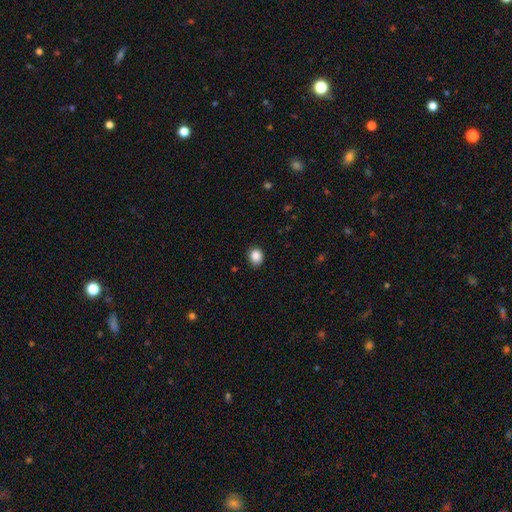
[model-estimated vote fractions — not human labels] Smooth or featured?
  - smooth: 87% *
  - star or artifact: 9%
  - featured or disk: 3%
How rounded?
  - round: 67% *
  - in between: 33%
  - cigar-shaped: 1%
Merging?
  - none: 88% *
  - minor disturbance: 9%
  - major disturbance: 2%
  - merger: 1%